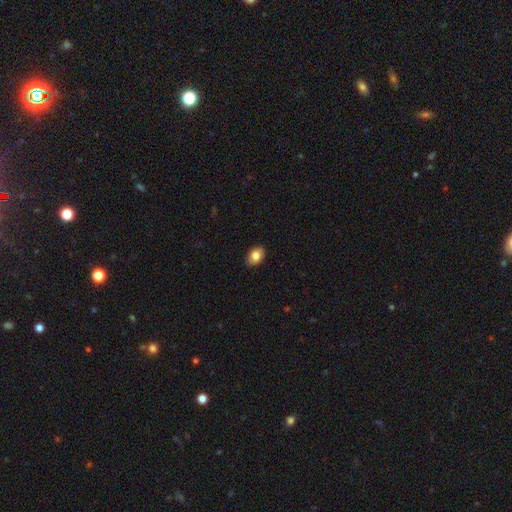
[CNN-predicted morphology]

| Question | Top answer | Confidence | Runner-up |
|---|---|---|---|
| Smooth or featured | smooth | 83% | featured or disk (9%) |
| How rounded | in between | 81% | round (18%) |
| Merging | none | 88% | minor disturbance (10%) |